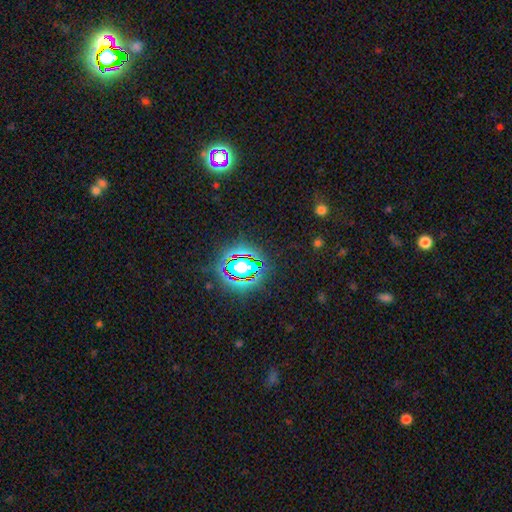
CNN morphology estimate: A star or artifact, not a galaxy (80%).

Vote fractions:
- Smooth or featured? star or artifact: 80% / smooth: 12% / featured or disk: 8%